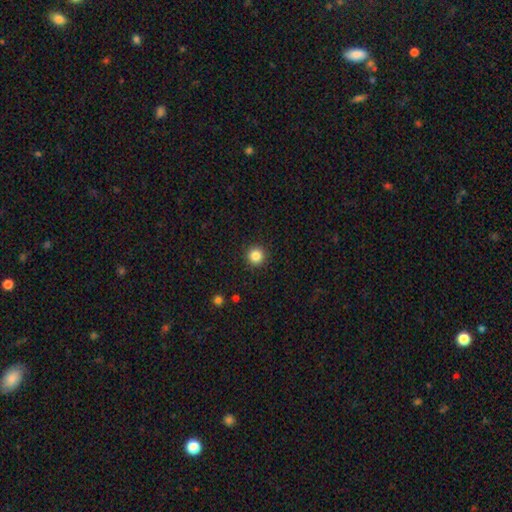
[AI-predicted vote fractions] smooth_or_featured: smooth (p=0.85) [alt: star or artifact p=0.11]
how_rounded: round (p=0.96) [alt: in between p=0.03]
merging: none (p=0.93) [alt: minor disturbance p=0.05]